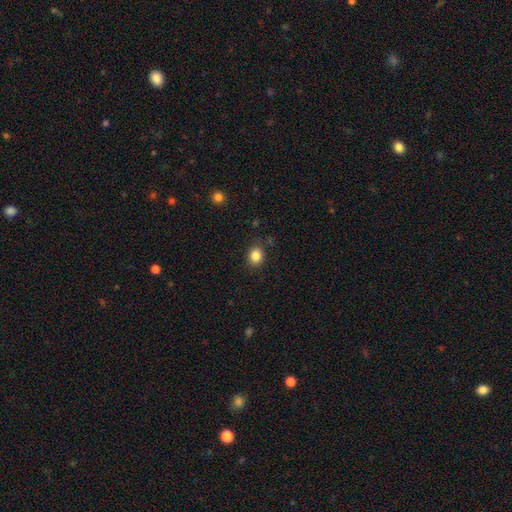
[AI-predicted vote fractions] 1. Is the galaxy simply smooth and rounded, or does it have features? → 85% smooth, 11% star or artifact, 5% featured or disk.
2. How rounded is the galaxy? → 62% round, 37% in between, 1% cigar-shaped.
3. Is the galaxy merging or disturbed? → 82% none, 12% minor disturbance, 3% major disturbance, 2% merger.